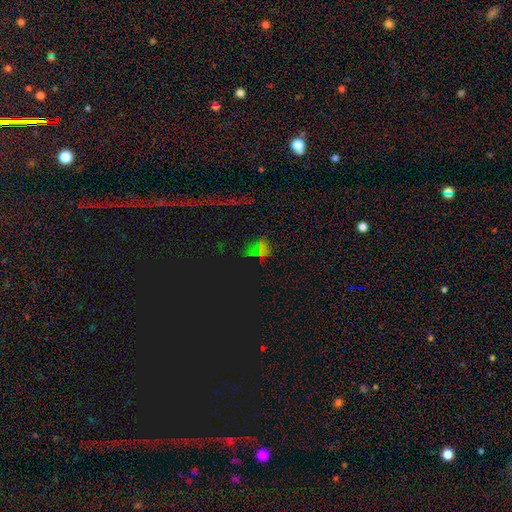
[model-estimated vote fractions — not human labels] A star or artifact, not a galaxy (72%).